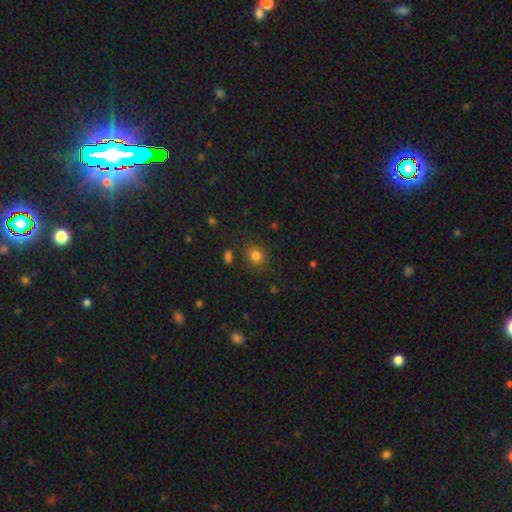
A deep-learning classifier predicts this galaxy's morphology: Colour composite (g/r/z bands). It shows a smooth galaxy with no disk features (81%) that is round (61%). Merging: none (82%).